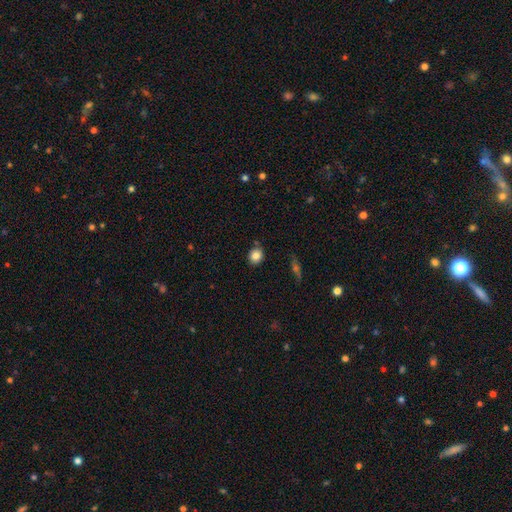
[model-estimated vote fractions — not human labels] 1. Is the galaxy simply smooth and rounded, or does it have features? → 84% smooth, 10% star or artifact, 7% featured or disk.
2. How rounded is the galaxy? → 70% round, 29% in between, 1% cigar-shaped.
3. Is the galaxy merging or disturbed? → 82% none, 11% minor disturbance, 4% merger, 2% major disturbance.